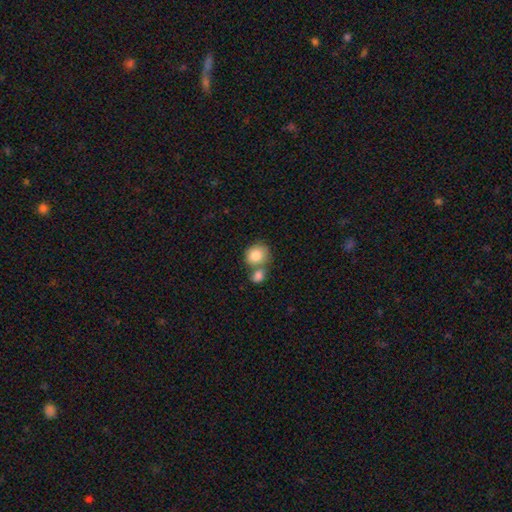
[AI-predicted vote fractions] smooth-or-featured: smooth: 82% | featured or disk: 11% | star or artifact: 7%
  how-rounded: round: 77% | in between: 22% | cigar-shaped: 1%
  merging: merger: 45% | none: 40% | minor disturbance: 10% | major disturbance: 4%